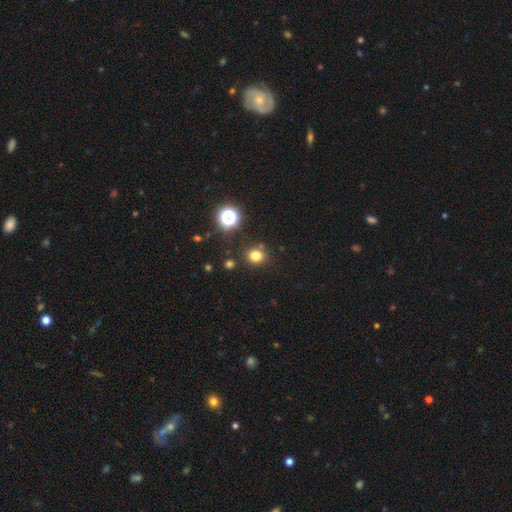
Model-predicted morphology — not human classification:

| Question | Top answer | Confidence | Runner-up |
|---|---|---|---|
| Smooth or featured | smooth | 76% | star or artifact (19%) |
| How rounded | round | 85% | in between (14%) |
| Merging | none | 84% | minor disturbance (8%) |